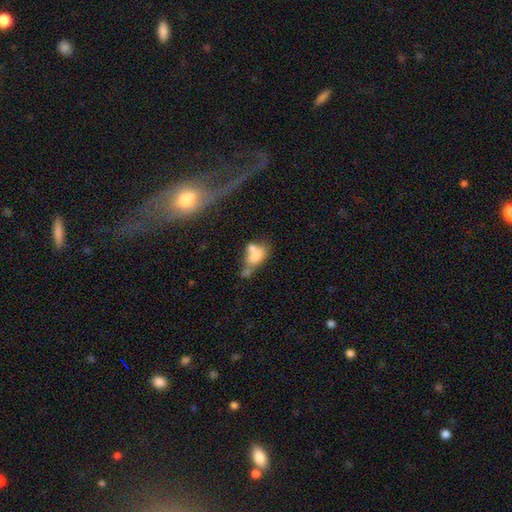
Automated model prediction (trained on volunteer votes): smooth 63%, featured or disk 26%, star or artifact 11%. Down the decision tree: how rounded — in between (80%); merging — merger (53%).